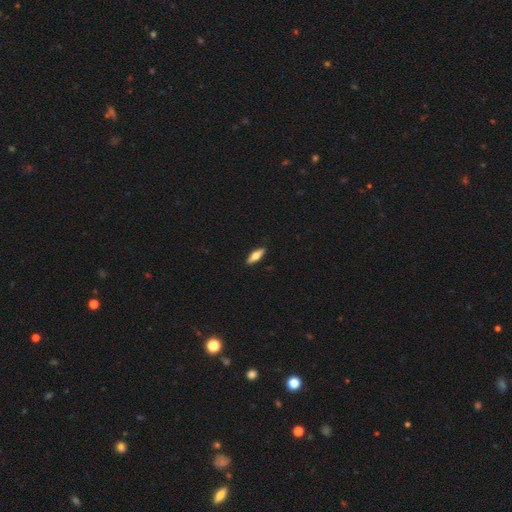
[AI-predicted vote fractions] This appears to be a smooth galaxy with no disk features (59%) that is in between round and cigar-shaped (52%). Merging: none (90%).